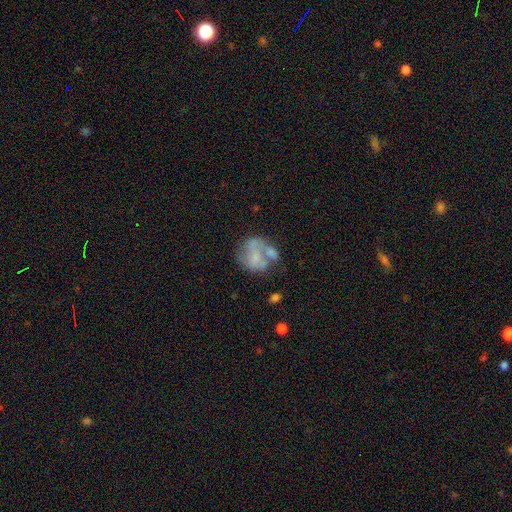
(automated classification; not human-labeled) A featured or disk galaxy (50%).

Vote fractions:
- Smooth or featured? featured or disk: 50% / smooth: 40% / star or artifact: 10%
- Merging? none: 32% / merger: 29% / major disturbance: 21% / minor disturbance: 18%